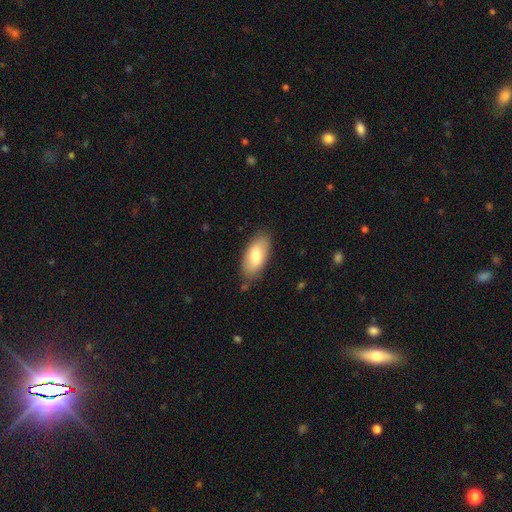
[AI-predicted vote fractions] Smooth or featured? Predicted: smooth (p=0.76). How rounded? Predicted: in between (p=0.90). Merging? Predicted: none (p=0.81).